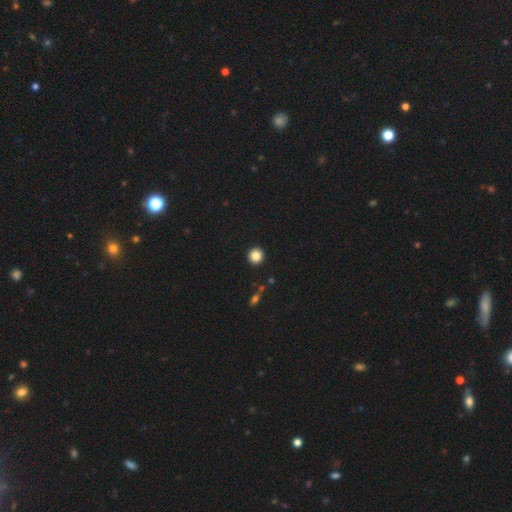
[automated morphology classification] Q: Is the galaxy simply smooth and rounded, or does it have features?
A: smooth — 85%.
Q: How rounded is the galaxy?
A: round — 95%.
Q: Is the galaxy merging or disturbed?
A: none — 93%.